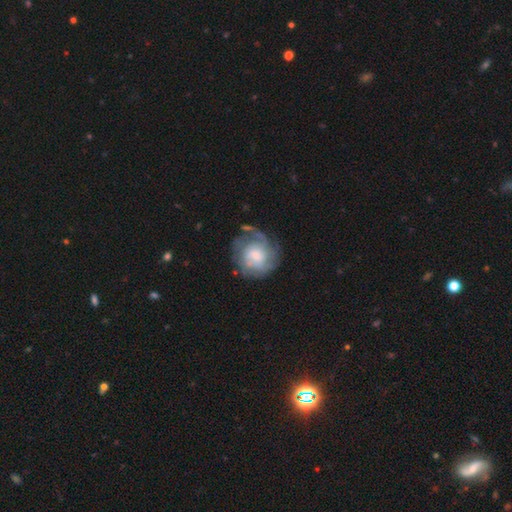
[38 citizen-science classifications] Smooth or featured?
  - featured or disk: 55% *
  - smooth: 39%
  - star or artifact: 5%
Edge-on disk?
  - no: 95% *
  - yes: 5%
Bar?
  - no: 55% *
  - weak: 40%
  - strong: 5%
Spiral arms?
  - yes: 75% *
  - no: 25%
Spiral winding?
  - tight: 67% *
  - medium: 27%
  - loose: 7%
Spiral arm count?
  - can't tell: 53% *
  - more than 4: 20%
  - 4: 13%
  - 2: 7%
  - 3: 7%
  - 1: 0%
Bulge size?
  - moderate: 45% *
  - small: 35%
  - large: 10%
  - dominant: 5%
  - none: 5%
Merging?
  - none: 69% *
  - minor disturbance: 17%
  - major disturbance: 8%
  - merger: 6%